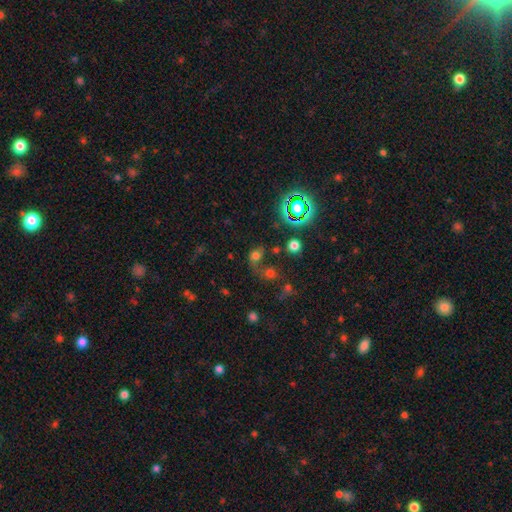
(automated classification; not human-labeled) Smooth or featured: smooth — 54% (star or artifact — 25%)
How rounded: round — 63% (in between — 35%)
Merging: merger — 37% (none — 32%)